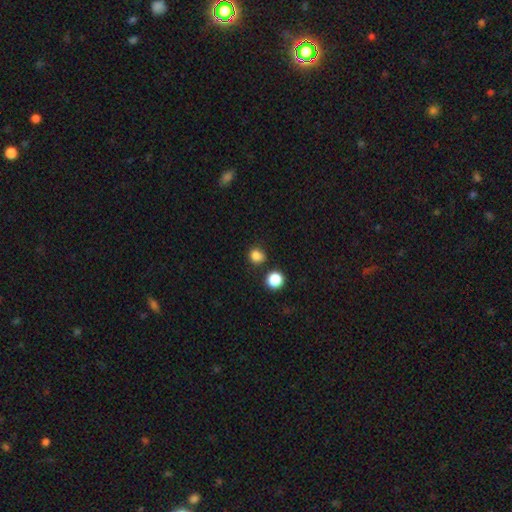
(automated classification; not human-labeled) Morphology: type=smooth (82%); roundness=round (79%); merging=none (79%).